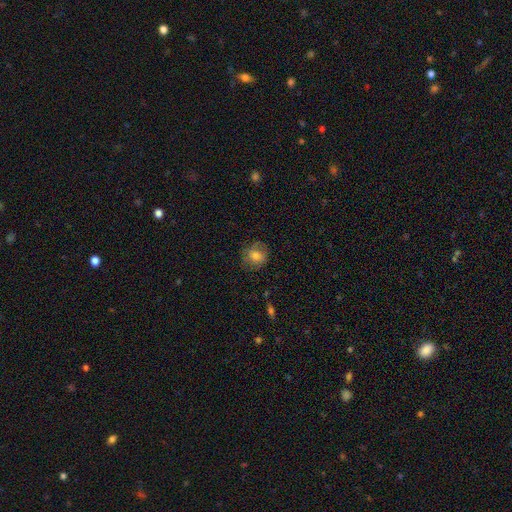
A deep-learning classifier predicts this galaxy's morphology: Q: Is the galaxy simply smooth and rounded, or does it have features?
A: smooth — 67%.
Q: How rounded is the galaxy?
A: round — 81%.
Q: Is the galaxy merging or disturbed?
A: none — 73%.